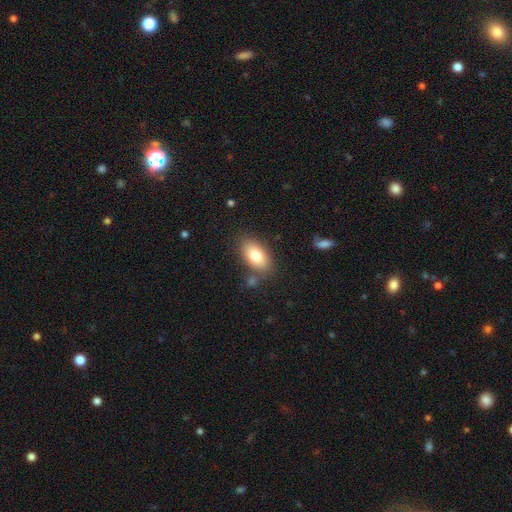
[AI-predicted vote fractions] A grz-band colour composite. It shows a smooth galaxy with no disk features (79%) that is in between round and cigar-shaped (91%). Merging: none (80%).